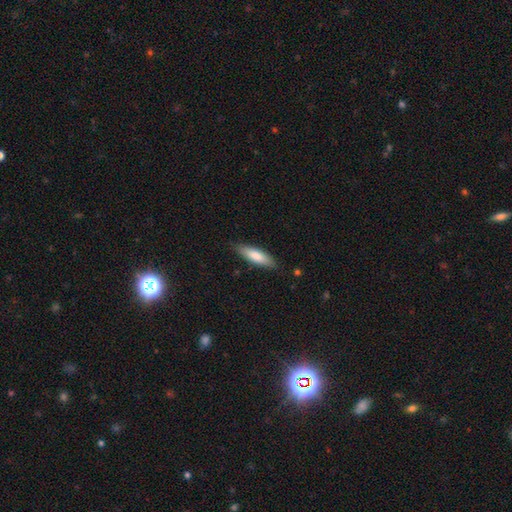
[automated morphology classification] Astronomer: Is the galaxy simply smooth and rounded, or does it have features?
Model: smooth — 77%.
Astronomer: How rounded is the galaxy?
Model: cigar-shaped — 58% (runner-up: in between, 41%).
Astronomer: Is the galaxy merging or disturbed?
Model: none — 83%.